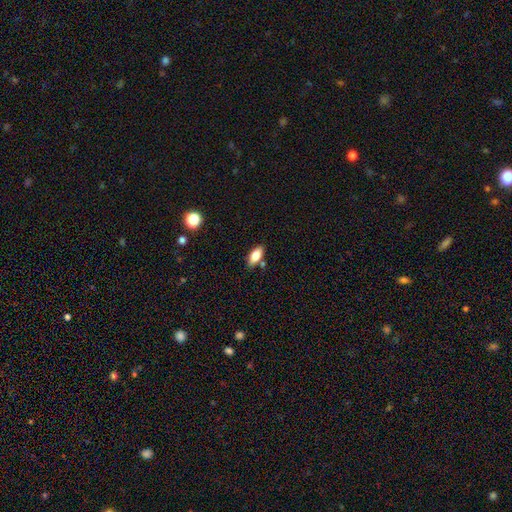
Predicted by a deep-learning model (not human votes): Smooth or featured: smooth — 80% (featured or disk — 13%)
How rounded: in between — 86% (cigar-shaped — 11%)
Merging: none — 78% (minor disturbance — 13%)